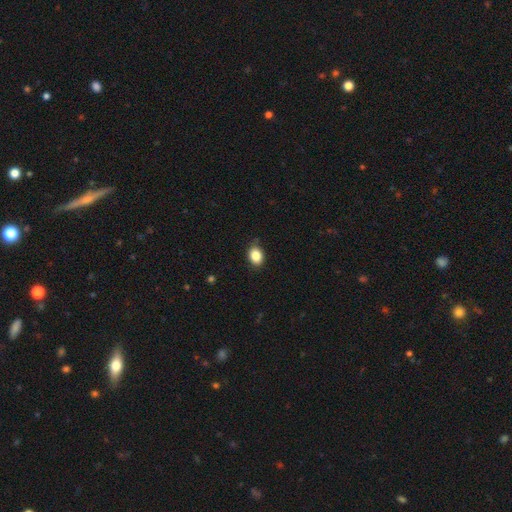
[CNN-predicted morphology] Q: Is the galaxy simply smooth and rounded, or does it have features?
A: smooth — 86%.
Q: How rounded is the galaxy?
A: in between — 66%.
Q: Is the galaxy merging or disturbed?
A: none — 81%.